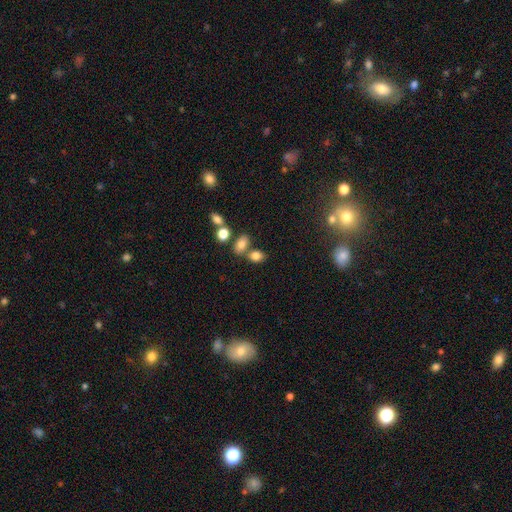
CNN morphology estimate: Smooth or featured?
  - smooth: 79% *
  - star or artifact: 12%
  - featured or disk: 9%
How rounded?
  - in between: 77% *
  - round: 21%
  - cigar-shaped: 2%
Merging?
  - none: 55% *
  - merger: 29%
  - minor disturbance: 12%
  - major disturbance: 4%